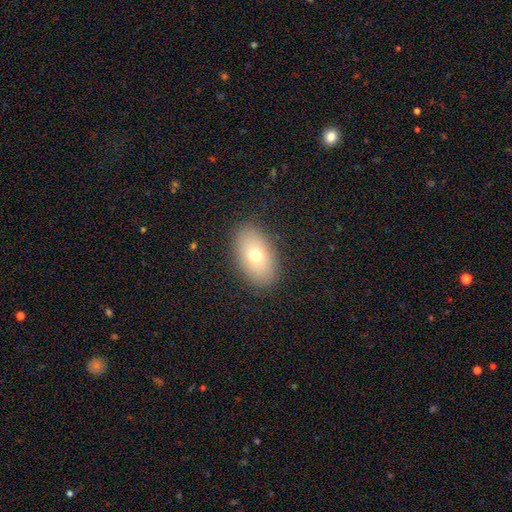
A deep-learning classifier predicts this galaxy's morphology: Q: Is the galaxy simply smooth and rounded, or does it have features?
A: smooth — 70%.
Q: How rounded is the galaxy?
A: in between — 87%.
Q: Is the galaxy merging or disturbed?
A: none — 87%.